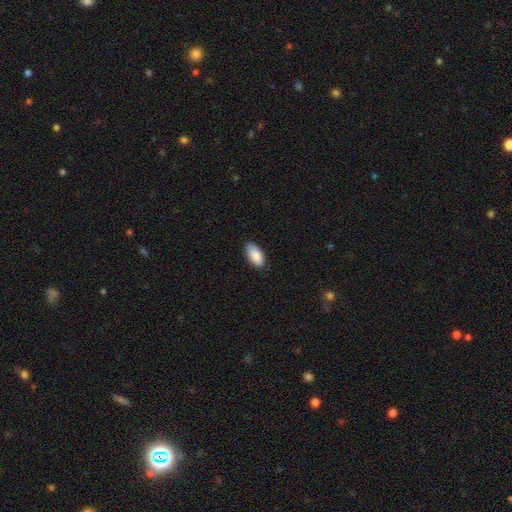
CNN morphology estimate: Smooth or featured? smooth (88%)
How rounded? in between (94%)
Merging? none (83%)